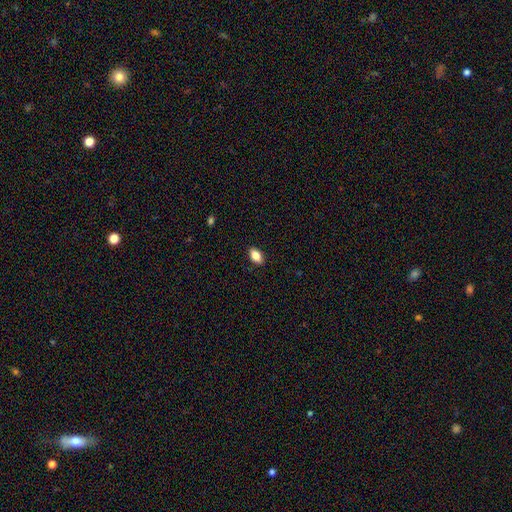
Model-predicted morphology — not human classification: The model was most divided on "smooth or featured": smooth: 85%, star or artifact: 8%, featured or disk: 8%. More confident: how rounded — in between (90%); merging — none (88%).